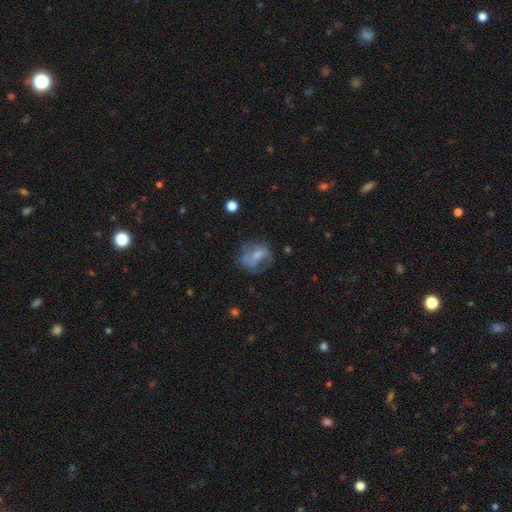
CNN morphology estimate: Overall: featured or disk (48%; smooth 41%). Merging: none (48%; major disturbance 25%).